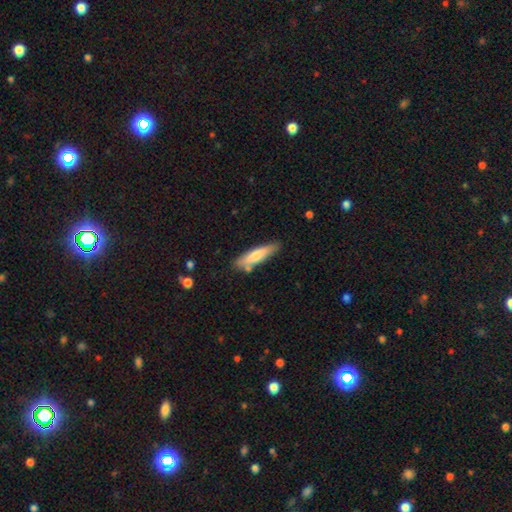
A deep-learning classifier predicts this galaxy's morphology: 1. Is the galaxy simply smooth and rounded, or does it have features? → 70% smooth, 25% featured or disk, 6% star or artifact.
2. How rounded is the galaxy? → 73% cigar-shaped, 25% in between, 1% round.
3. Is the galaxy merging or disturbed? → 76% none, 15% minor disturbance, 5% merger, 3% major disturbance.